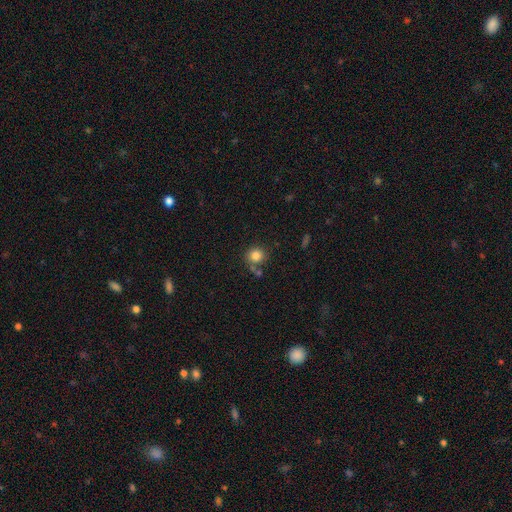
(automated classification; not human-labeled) Q: Smooth or featured?
A: smooth (83%); runner-up: star or artifact (11%)
Q: How rounded?
A: round (87%); runner-up: in between (12%)
Q: Merging?
A: none (66%); runner-up: merger (15%)